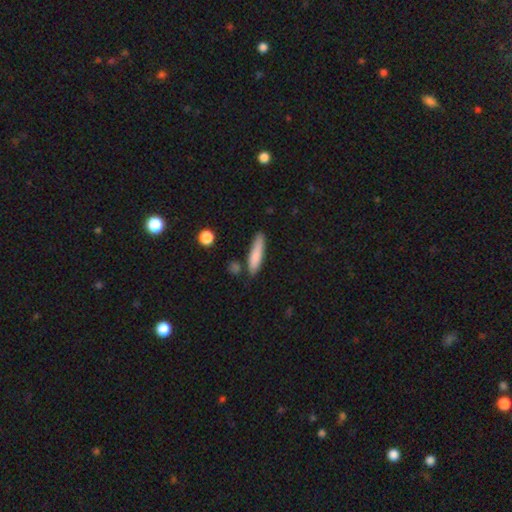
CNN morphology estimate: Overall: smooth (81%). How rounded: cigar-shaped (81%). Merging: none (77%).